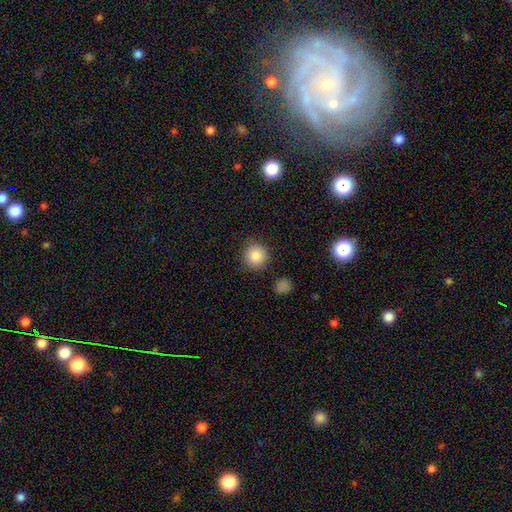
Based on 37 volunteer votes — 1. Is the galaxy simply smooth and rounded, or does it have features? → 97% smooth, 3% featured or disk, 0% star or artifact.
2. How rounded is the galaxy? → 97% round, 3% in between, 0% cigar-shaped.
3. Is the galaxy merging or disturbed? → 89% none, 5% major disturbance, 3% minor disturbance, 3% merger.